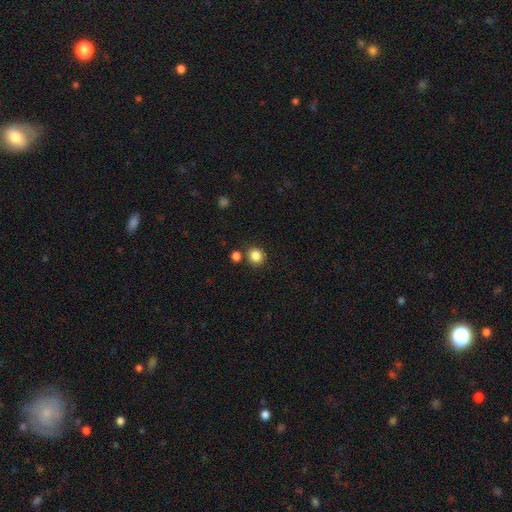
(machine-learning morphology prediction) smooth-or-featured: smooth: 85% | star or artifact: 11% | featured or disk: 4%
  how-rounded: round: 85% | in between: 14% | cigar-shaped: 1%
  merging: none: 79% | merger: 10% | minor disturbance: 8% | major disturbance: 3%